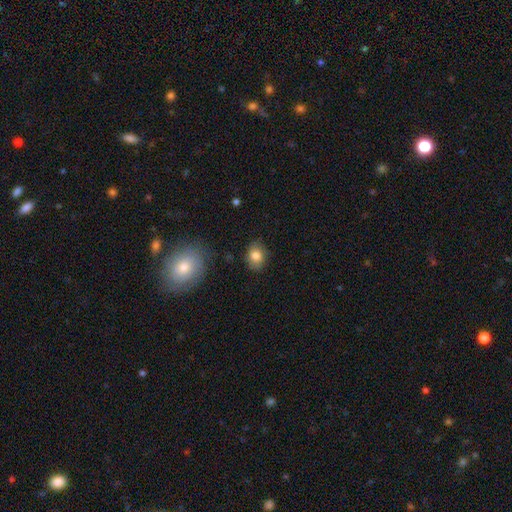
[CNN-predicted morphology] smooth 82%, featured or disk 9%, star or artifact 9%. Down the decision tree: how rounded — in between (57%); merging — none (82%).